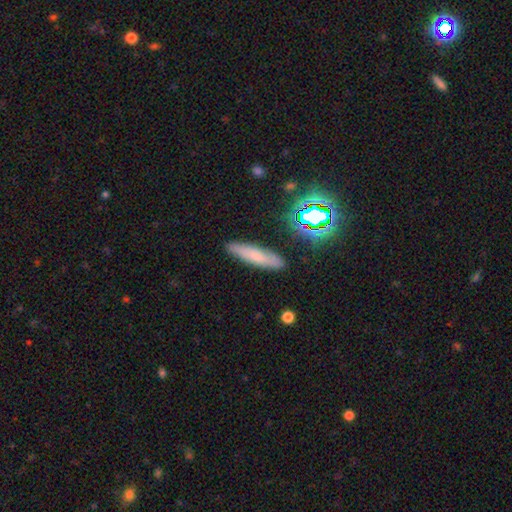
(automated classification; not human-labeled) Smooth or featured? smooth (64%)
How rounded? cigar-shaped (79%)
Merging? none (85%)